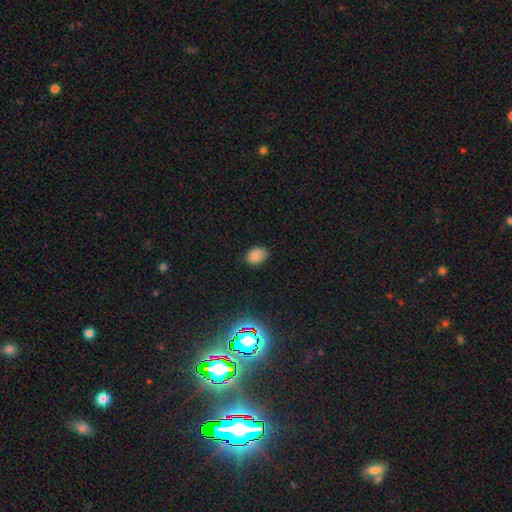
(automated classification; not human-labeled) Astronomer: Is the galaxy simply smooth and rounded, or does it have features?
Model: smooth — 80%.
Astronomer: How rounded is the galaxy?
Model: in between — 72%.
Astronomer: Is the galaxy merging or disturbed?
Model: none — 79%.